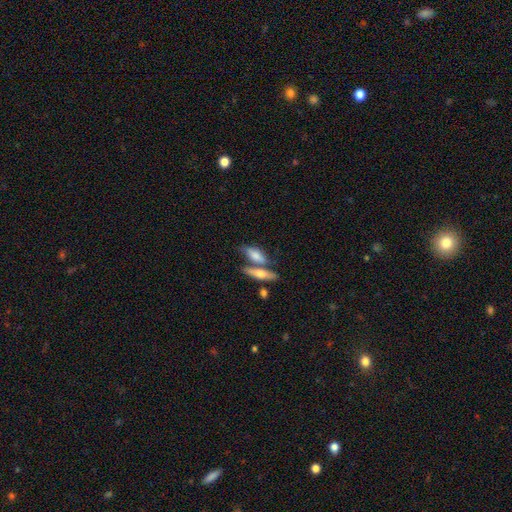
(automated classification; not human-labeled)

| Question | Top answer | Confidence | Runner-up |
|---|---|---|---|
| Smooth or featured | smooth | 65% | featured or disk (29%) |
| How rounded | in between | 61% | cigar-shaped (35%) |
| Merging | merger | 43% | none (41%) |